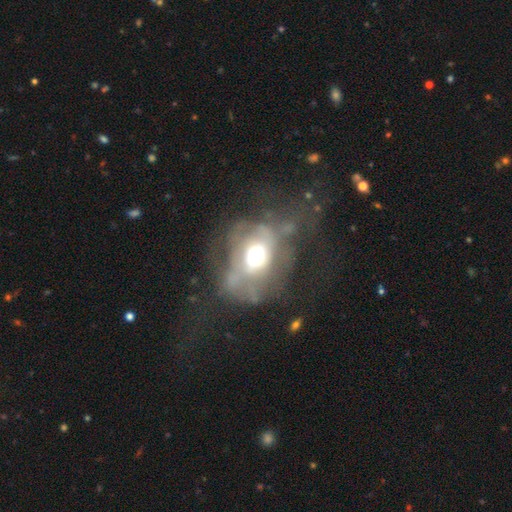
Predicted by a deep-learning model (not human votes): Morphology: type=featured or disk (51%); edge-on=no (92%); merging=major disturbance (50%).